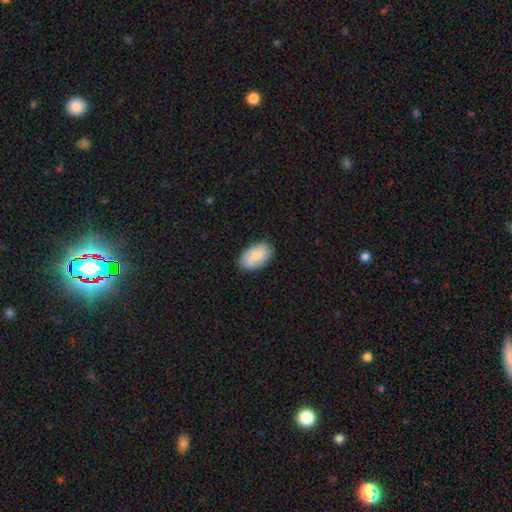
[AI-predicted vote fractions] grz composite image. It shows a smooth galaxy with no disk features (76%) that is in between round and cigar-shaped (93%). Merging: none (82%).